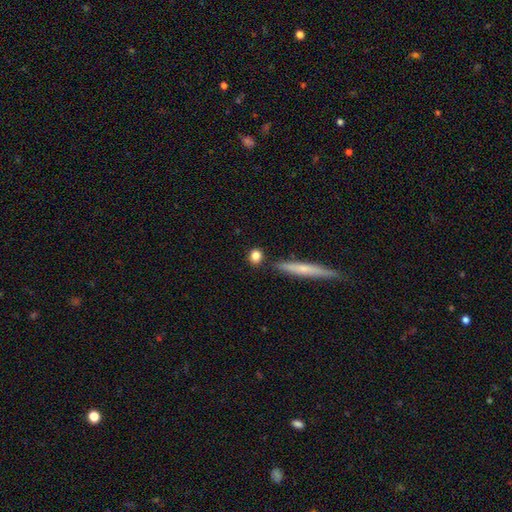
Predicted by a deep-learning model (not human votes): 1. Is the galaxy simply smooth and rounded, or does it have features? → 82% smooth, 9% featured or disk, 9% star or artifact.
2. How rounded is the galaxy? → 66% round, 25% in between, 9% cigar-shaped.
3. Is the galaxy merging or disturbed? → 81% none, 9% minor disturbance, 7% merger, 3% major disturbance.